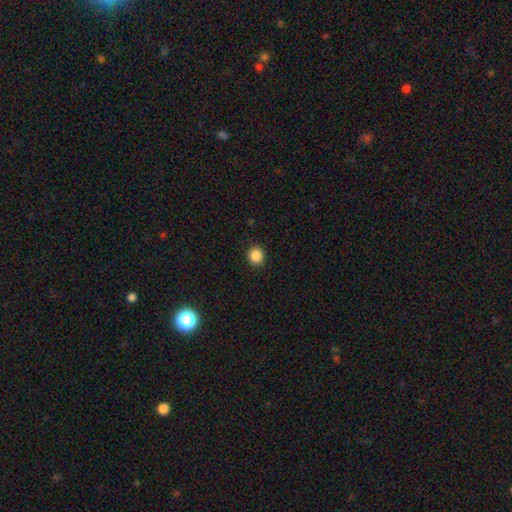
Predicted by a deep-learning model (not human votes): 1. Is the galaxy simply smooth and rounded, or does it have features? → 87% smooth, 10% star or artifact, 3% featured or disk.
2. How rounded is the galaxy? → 82% round, 17% in between, 1% cigar-shaped.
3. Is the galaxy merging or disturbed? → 91% none, 6% minor disturbance, 2% major disturbance, 1% merger.